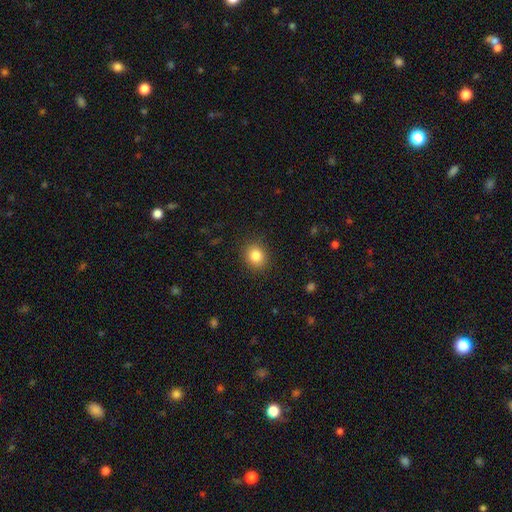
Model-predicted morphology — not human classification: A smooth galaxy with no disk features (84%) that is round (74%).

Vote fractions:
- Smooth or featured? smooth: 84% / star or artifact: 10% / featured or disk: 6%
- How rounded? round: 74% / in between: 26% / cigar-shaped: 1%
- Merging? none: 89% / minor disturbance: 8% / major disturbance: 2% / merger: 1%